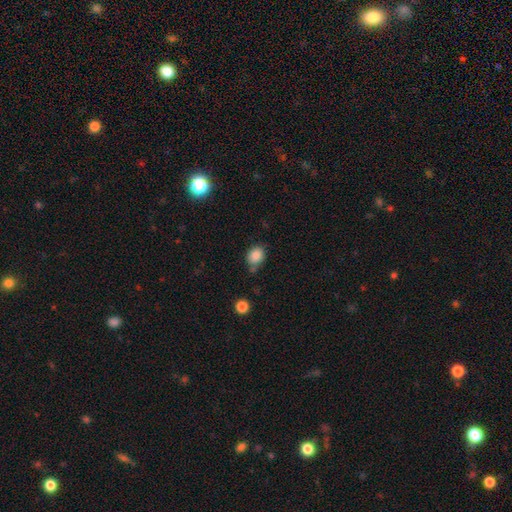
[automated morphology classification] Q: Smooth or featured?
A: smooth (85%); runner-up: star or artifact (10%)
Q: How rounded?
A: in between (50%); runner-up: round (49%)
Q: Merging?
A: none (66%); runner-up: minor disturbance (20%)